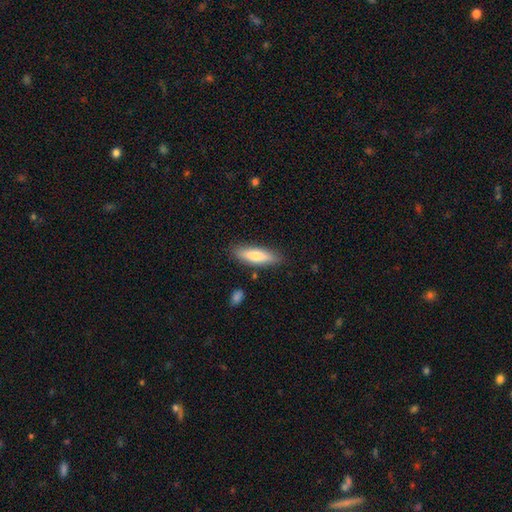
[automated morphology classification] Overall: smooth (77%). How rounded: cigar-shaped (58%; in between 40%). Merging: none (84%).